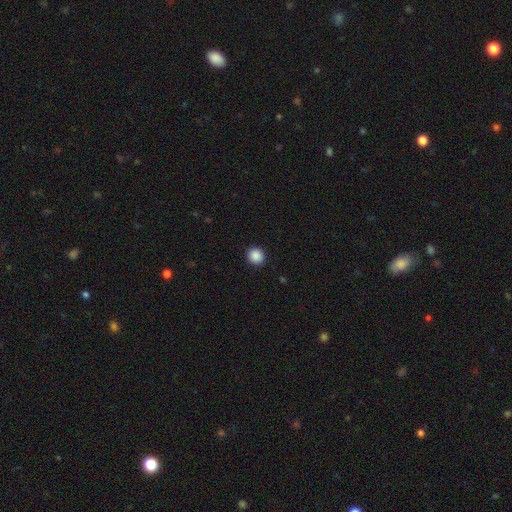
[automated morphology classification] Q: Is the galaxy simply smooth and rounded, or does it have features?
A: smooth — 89%.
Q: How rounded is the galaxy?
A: round — 91%.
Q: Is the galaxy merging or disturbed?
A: none — 92%.